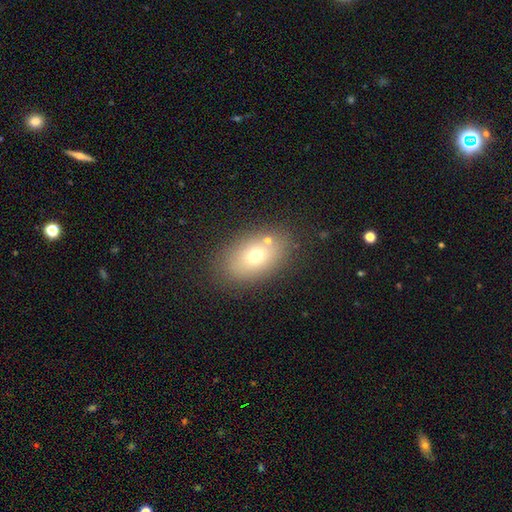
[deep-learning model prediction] Smooth or featured? smooth (68%)
How rounded? in between (83%)
Merging? none (78%)